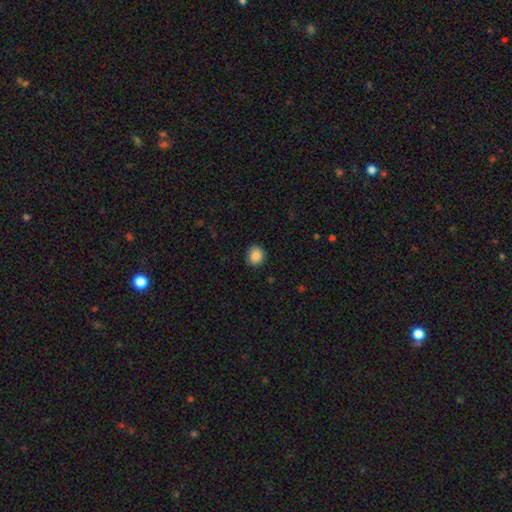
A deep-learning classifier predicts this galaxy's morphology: Smooth or featured?
  - smooth: 87% *
  - star or artifact: 9%
  - featured or disk: 5%
How rounded?
  - round: 80% *
  - in between: 20%
  - cigar-shaped: 1%
Merging?
  - none: 87% *
  - minor disturbance: 10%
  - major disturbance: 2%
  - merger: 1%